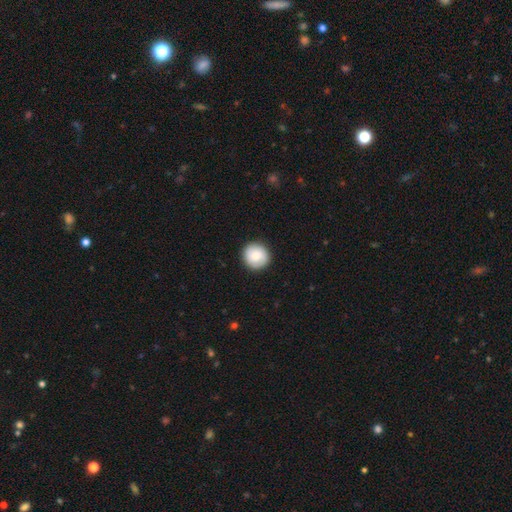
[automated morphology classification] A smooth galaxy with no disk features (76%) that is round (93%). Merging: none (91%).